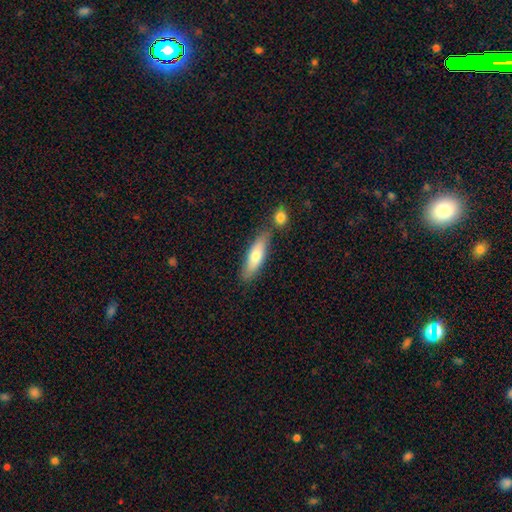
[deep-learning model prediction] Smooth or featured? Predicted: smooth (p=0.69). How rounded? Predicted: cigar-shaped (p=0.59). Merging? Predicted: none (p=0.71).